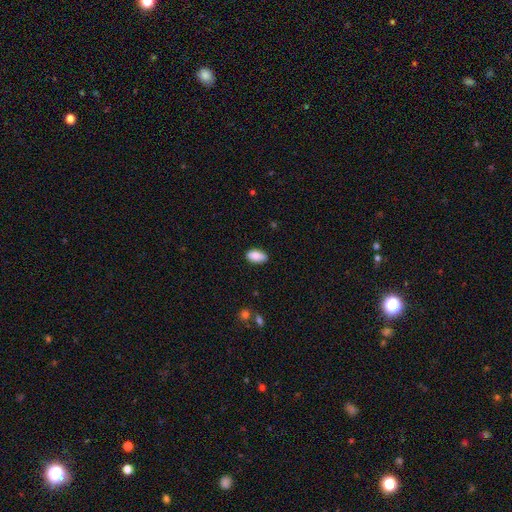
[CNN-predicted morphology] Smooth or featured: smooth — 87% (star or artifact — 7%)
How rounded: in between — 93% (round — 4%)
Merging: none — 83% (minor disturbance — 14%)